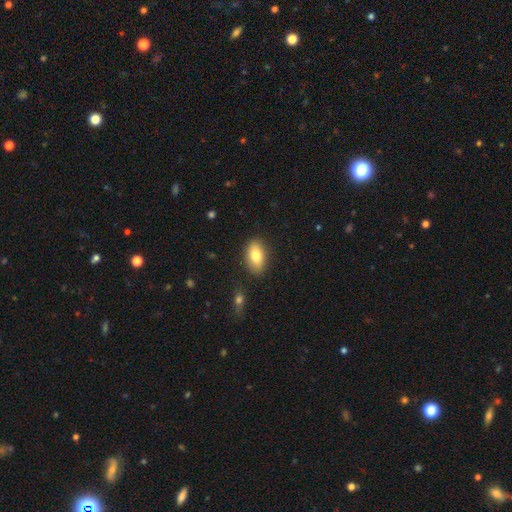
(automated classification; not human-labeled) Smooth or featured? smooth (79%)
How rounded? in between (90%)
Merging? none (86%)